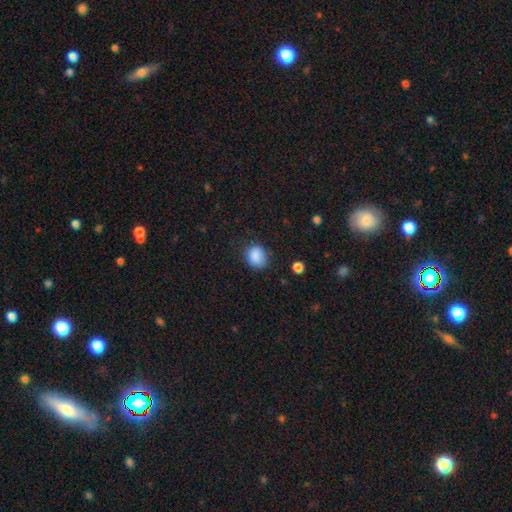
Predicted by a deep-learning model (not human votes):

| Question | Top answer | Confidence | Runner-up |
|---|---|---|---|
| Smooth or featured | smooth | 87% | star or artifact (9%) |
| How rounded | round | 69% | in between (30%) |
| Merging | none | 76% | minor disturbance (18%) |